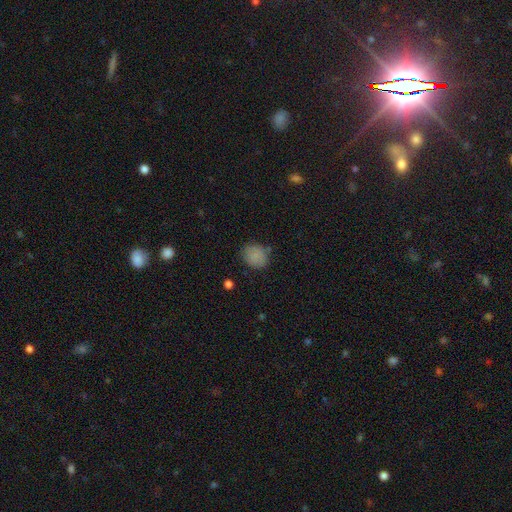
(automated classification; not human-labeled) Smooth or featured? Predicted: smooth (p=0.83). How rounded? Predicted: round (p=0.73). Merging? Predicted: none (p=0.79).